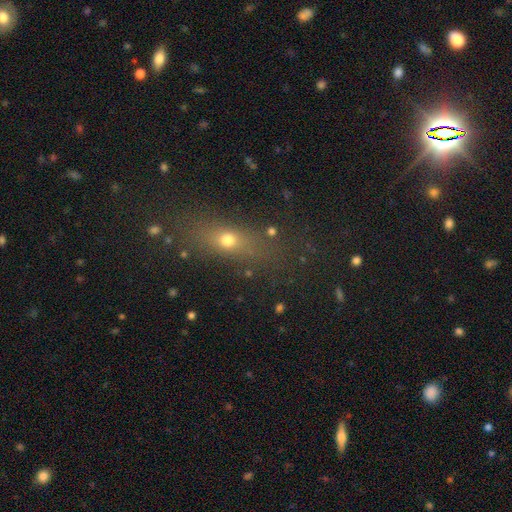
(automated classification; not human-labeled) Smooth or featured? Predicted: smooth (p=0.55). How rounded? Predicted: in between (p=0.44). Merging? Predicted: none (p=0.76).